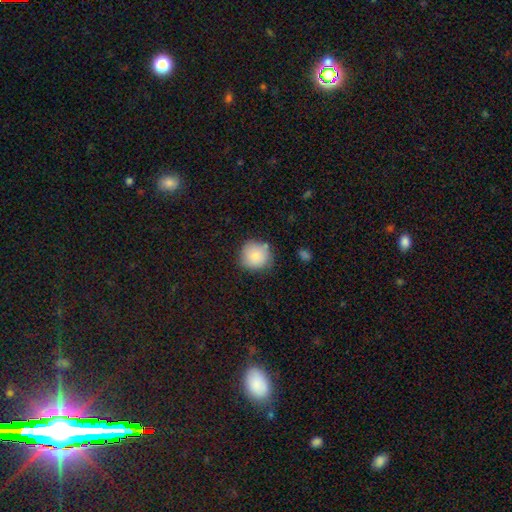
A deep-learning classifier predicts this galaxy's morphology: smooth-or-featured: smooth: 85% | star or artifact: 8% | featured or disk: 7%
  how-rounded: round: 92% | in between: 7% | cigar-shaped: 1%
  merging: none: 78% | minor disturbance: 15% | merger: 4% | major disturbance: 3%